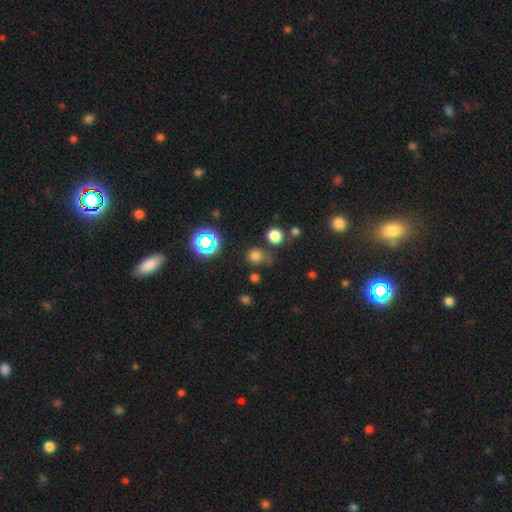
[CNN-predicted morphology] A smooth galaxy with no disk features (70%) that is round (82%). Merging: none (65%).